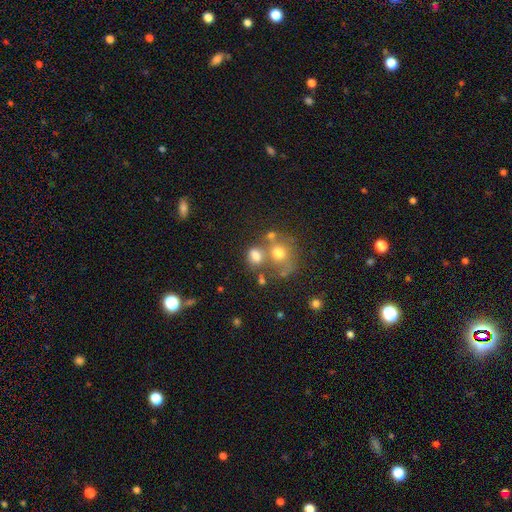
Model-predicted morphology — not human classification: The model was most divided on "merging": none: 40%, merger: 38%, minor disturbance: 13%, major disturbance: 9%. More confident: smooth or featured — smooth (70%); how rounded — in between (54%).